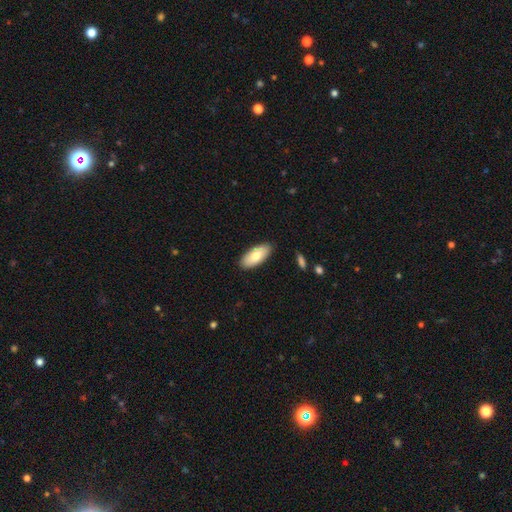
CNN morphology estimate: A smooth galaxy with no disk features (77%) that is in between round and cigar-shaped (88%).

Vote fractions:
- Smooth or featured? smooth: 77% / featured or disk: 18% / star or artifact: 6%
- How rounded? in between: 88% / cigar-shaped: 10% / round: 2%
- Merging? none: 88% / minor disturbance: 9% / major disturbance: 2% / merger: 1%